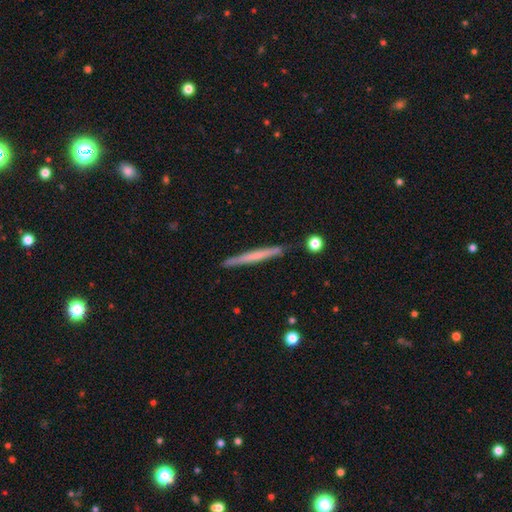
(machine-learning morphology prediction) Smooth or featured?
  - smooth: 50% *
  - featured or disk: 44%
  - star or artifact: 6%
How rounded?
  - cigar-shaped: 97% *
  - in between: 2%
  - round: 1%
Merging?
  - none: 89% *
  - minor disturbance: 8%
  - merger: 2%
  - major disturbance: 1%